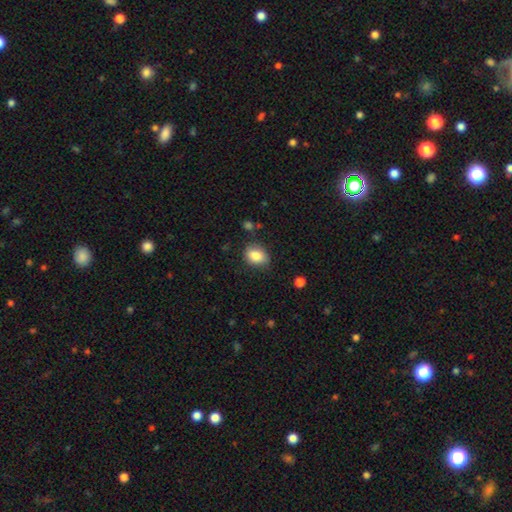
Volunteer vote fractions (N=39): Volunteers were most divided on "how rounded": in between: 63%, round: 34%, cigar-shaped: 3%. More confident: smooth or featured — smooth (90%); merging — none (78%).